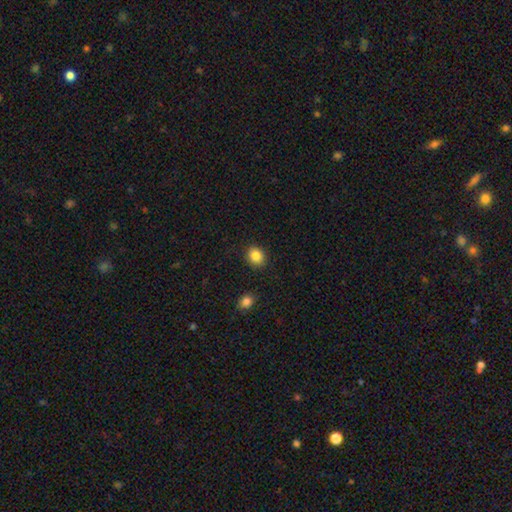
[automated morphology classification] This is clearly a smooth galaxy (86%). How rounded: likely round (68%). Merging: clearly none (88%).